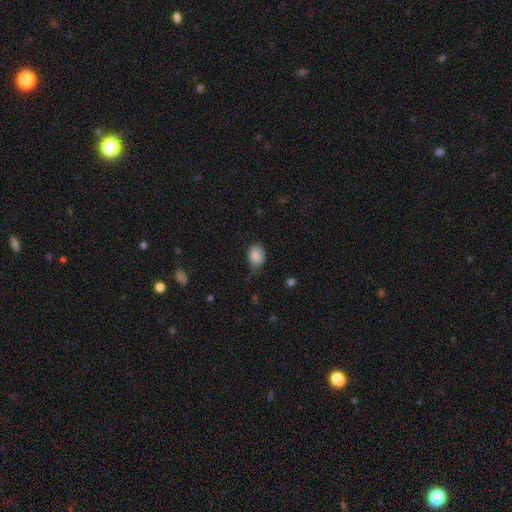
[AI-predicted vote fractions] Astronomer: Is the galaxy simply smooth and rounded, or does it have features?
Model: smooth — 83%.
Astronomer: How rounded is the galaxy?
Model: in between — 68%.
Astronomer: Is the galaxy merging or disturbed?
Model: none — 43% (runner-up: minor disturbance, 39%).